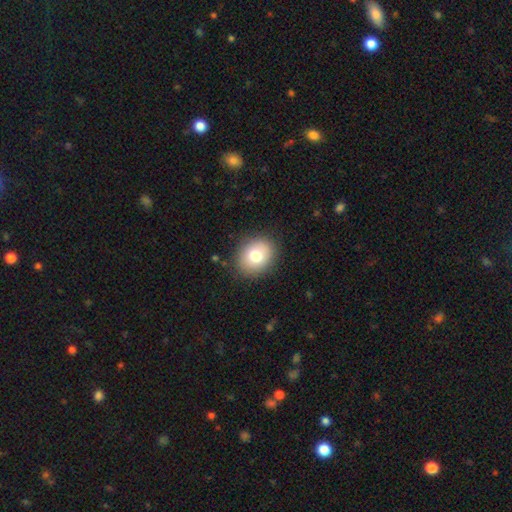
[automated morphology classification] This is likely a smooth galaxy (77%). How rounded: possibly round (59%). Merging: clearly none (87%).